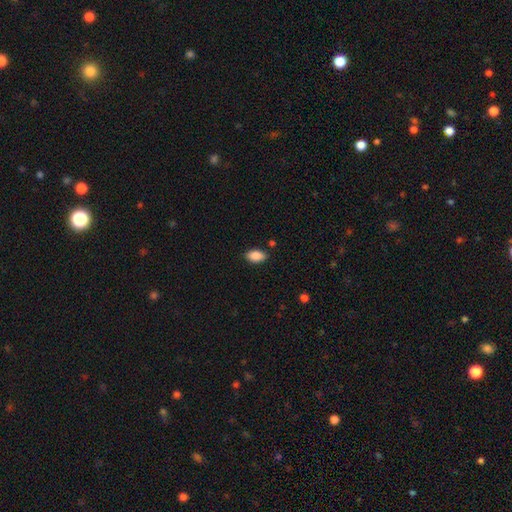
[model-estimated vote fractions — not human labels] Q: Smooth or featured?
A: smooth (89%); runner-up: star or artifact (7%)
Q: How rounded?
A: in between (92%); runner-up: round (6%)
Q: Merging?
A: none (85%); runner-up: minor disturbance (11%)